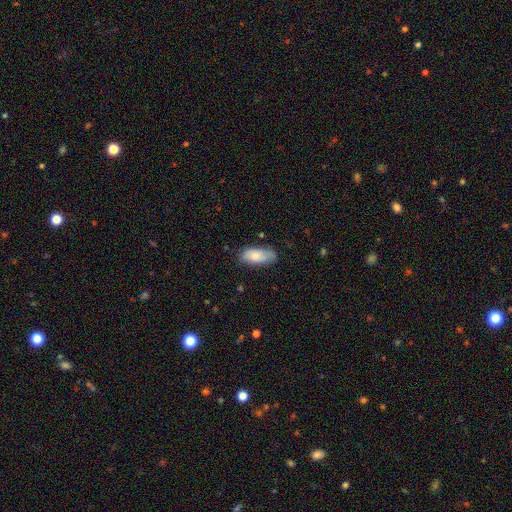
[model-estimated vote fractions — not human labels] Smooth or featured: smooth — 78% (featured or disk — 16%)
How rounded: in between — 86% (cigar-shaped — 12%)
Merging: none — 71% (minor disturbance — 23%)